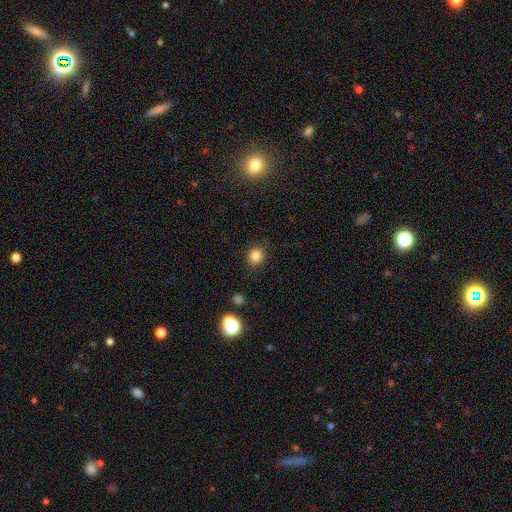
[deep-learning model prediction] Q: Smooth or featured?
A: smooth (83%); runner-up: star or artifact (12%)
Q: How rounded?
A: round (83%); runner-up: in between (16%)
Q: Merging?
A: none (86%); runner-up: minor disturbance (10%)